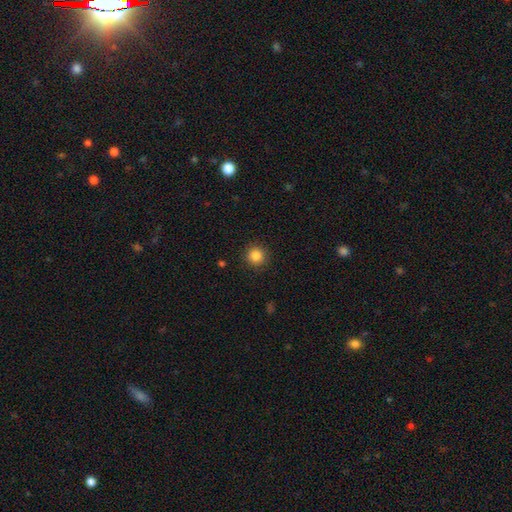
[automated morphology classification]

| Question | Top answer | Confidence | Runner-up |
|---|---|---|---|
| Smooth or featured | smooth | 85% | star or artifact (11%) |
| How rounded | round | 94% | in between (5%) |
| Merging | none | 91% | minor disturbance (6%) |